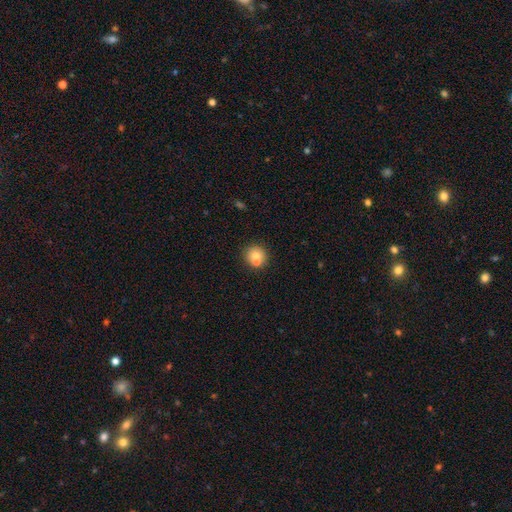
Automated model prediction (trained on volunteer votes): smooth-or-featured: smooth: 75% | featured or disk: 15% | star or artifact: 10%
  how-rounded: round: 88% | in between: 11% | cigar-shaped: 1%
  merging: none: 60% | merger: 28% | minor disturbance: 9% | major disturbance: 3%